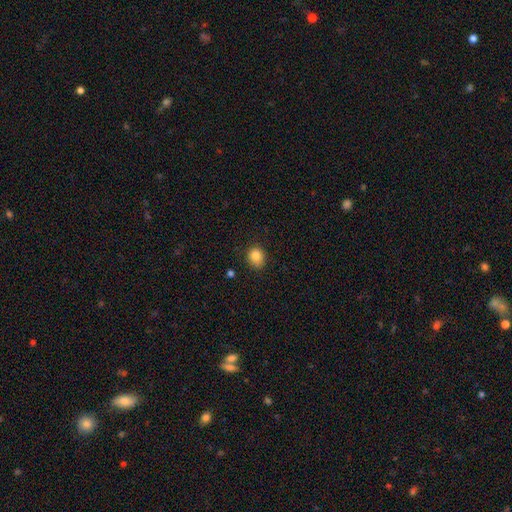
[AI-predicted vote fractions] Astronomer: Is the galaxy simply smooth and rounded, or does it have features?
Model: smooth — 84%.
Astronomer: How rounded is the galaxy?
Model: round — 65%.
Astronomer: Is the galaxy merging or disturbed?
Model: none — 79%.